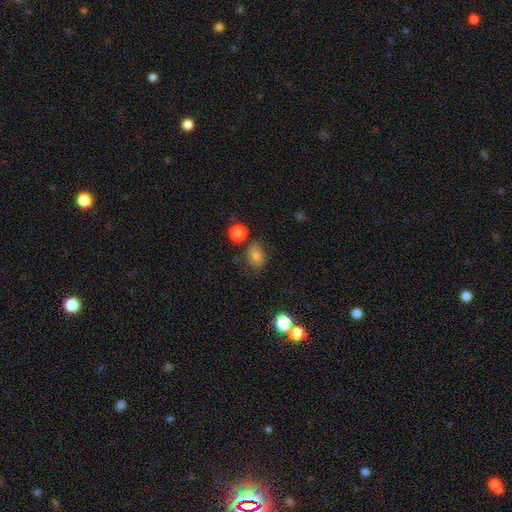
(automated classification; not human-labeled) Smooth or featured? Predicted: smooth (p=0.76). How rounded? Predicted: in between (p=0.57). Merging? Predicted: none (p=0.75).